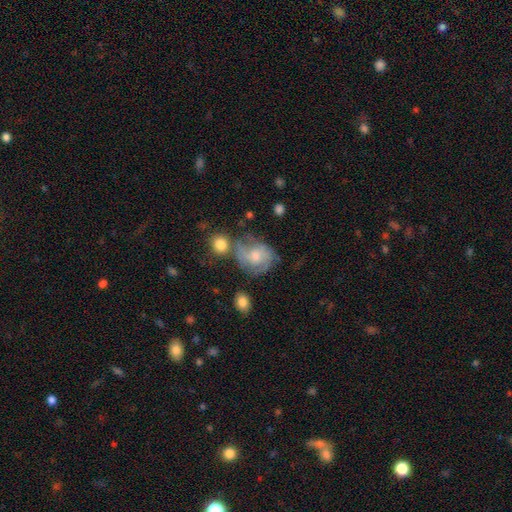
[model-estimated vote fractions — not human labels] The model was most divided on "bulge size": moderate: 49%, small: 37%, none: 6%, large: 6%, dominant: 1%. Remaining: edge-on disk — no (97%); spiral arms — yes (83%); bar — no (65%); smooth or featured — featured or disk (58%); merging — none (44%).